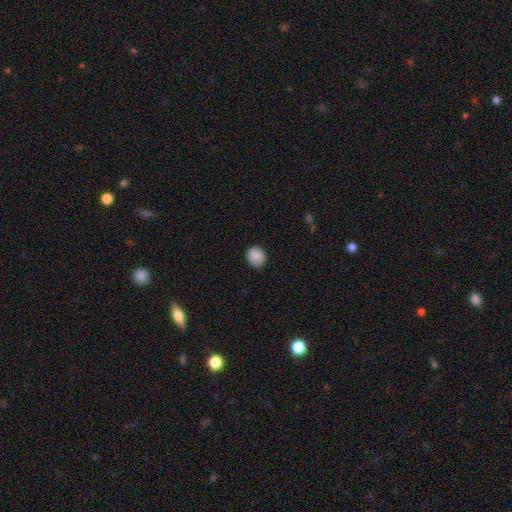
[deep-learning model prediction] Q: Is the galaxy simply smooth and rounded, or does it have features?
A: smooth — 87%.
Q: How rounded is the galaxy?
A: round — 69%.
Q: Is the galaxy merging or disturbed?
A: none — 84%.